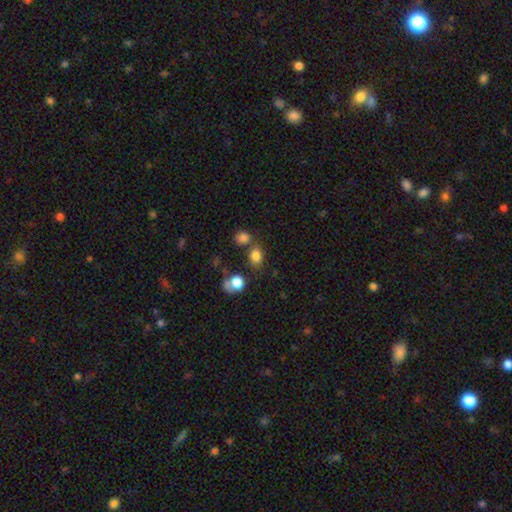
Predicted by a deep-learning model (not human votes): The model was most divided on "how rounded": in between: 60%, round: 39%, cigar-shaped: 1%. More confident: smooth or featured — smooth (81%); merging — none (60%).